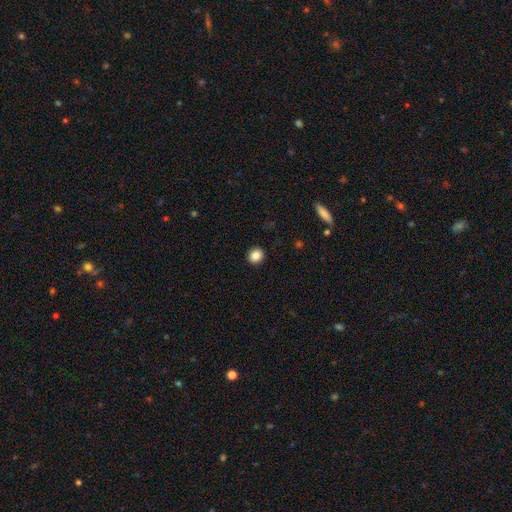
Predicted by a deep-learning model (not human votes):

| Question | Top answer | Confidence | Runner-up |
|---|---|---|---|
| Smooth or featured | smooth | 86% | star or artifact (10%) |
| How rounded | round | 82% | in between (17%) |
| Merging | none | 92% | minor disturbance (5%) |